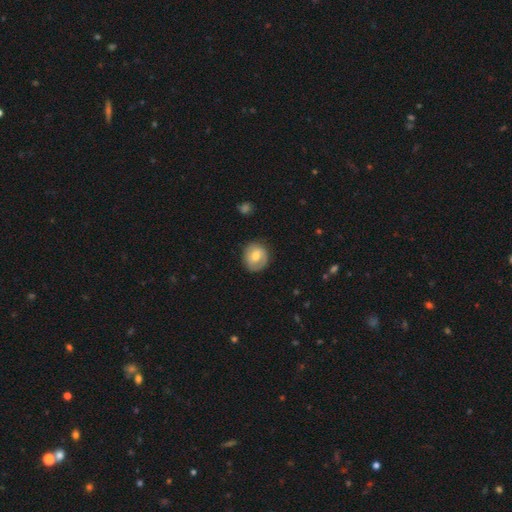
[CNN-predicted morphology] Overall: smooth (51%; featured or disk 42%). How rounded: round (79%). Merging: none (78%).